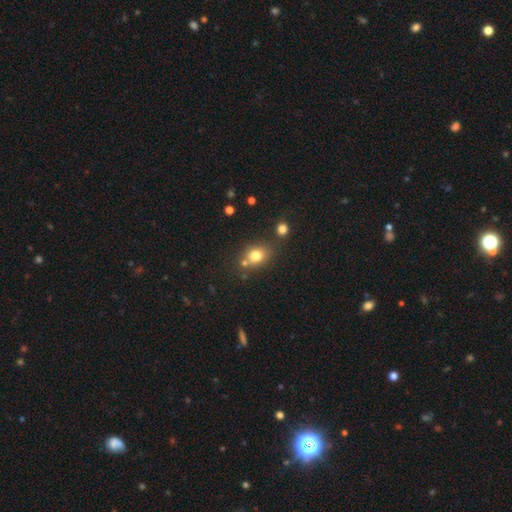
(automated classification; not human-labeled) Overall: smooth (77%). How rounded: round (50%; in between 49%). Merging: none (64%).